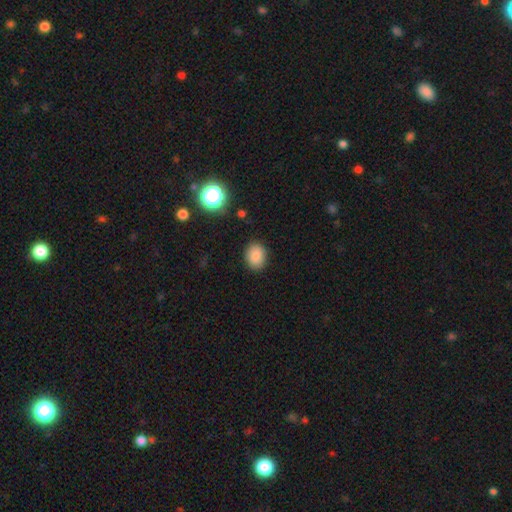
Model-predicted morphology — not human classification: This appears to be a smooth galaxy with no disk features (85%) that is in between round and cigar-shaped (56%). Merging: none (87%).